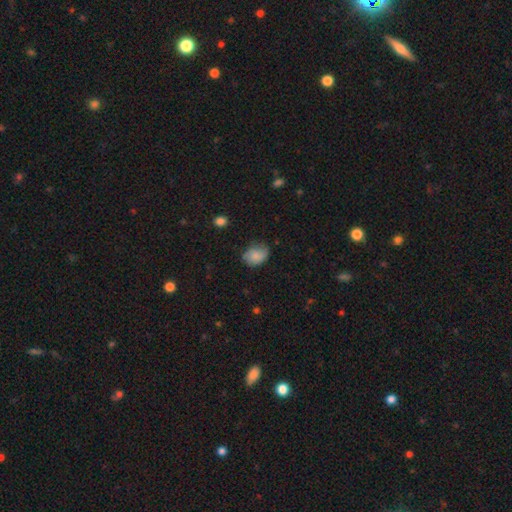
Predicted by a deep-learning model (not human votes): Smooth or featured? smooth (76%)
How rounded? in between (66%)
Merging? none (62%)